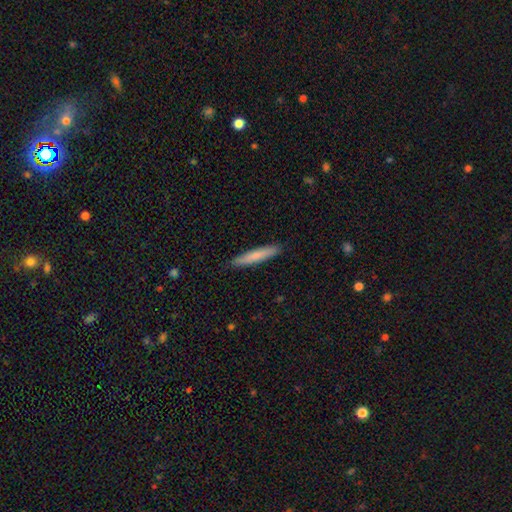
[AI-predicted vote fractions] Overall: smooth (75%). How rounded: cigar-shaped (93%). Merging: none (90%).